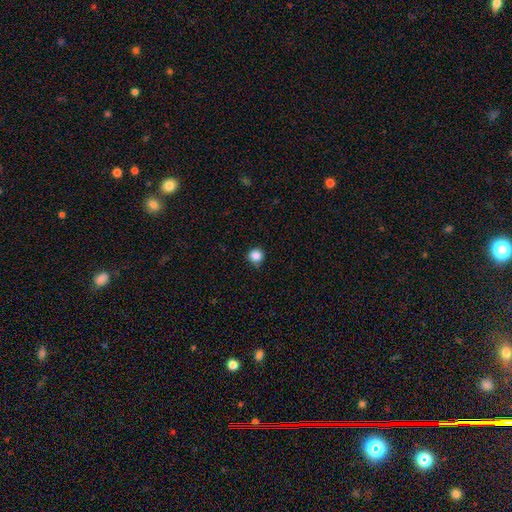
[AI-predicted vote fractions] smooth 86%, star or artifact 11%, featured or disk 3%. Down the decision tree: how rounded — round (94%); merging — none (86%).